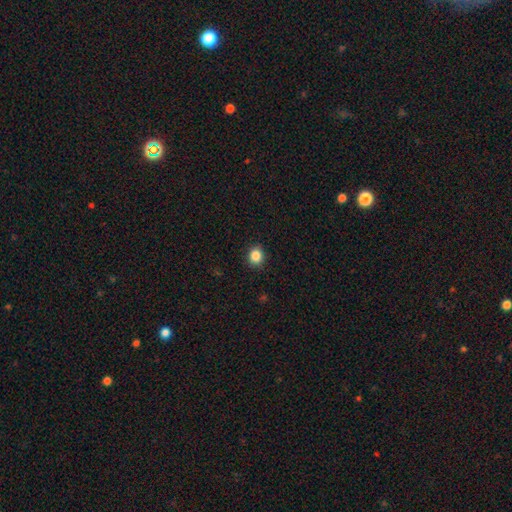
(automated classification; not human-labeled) Smooth or featured? Predicted: smooth (p=0.86). How rounded? Predicted: round (p=0.74). Merging? Predicted: none (p=0.90).